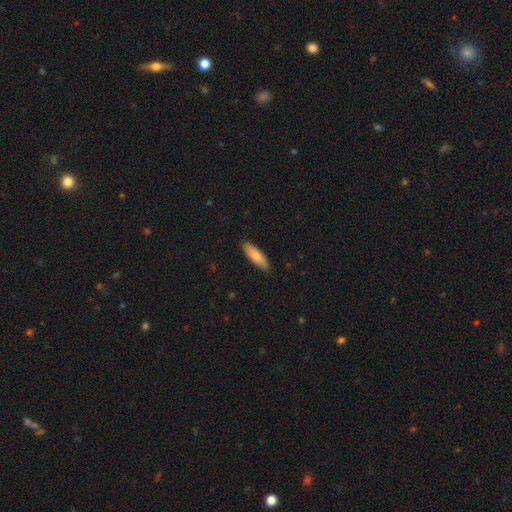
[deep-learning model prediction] smooth_or_featured: smooth (p=0.81) [alt: featured or disk p=0.14]
how_rounded: in between (p=0.50) [alt: cigar-shaped p=0.48]
merging: none (p=0.88) [alt: minor disturbance p=0.10]